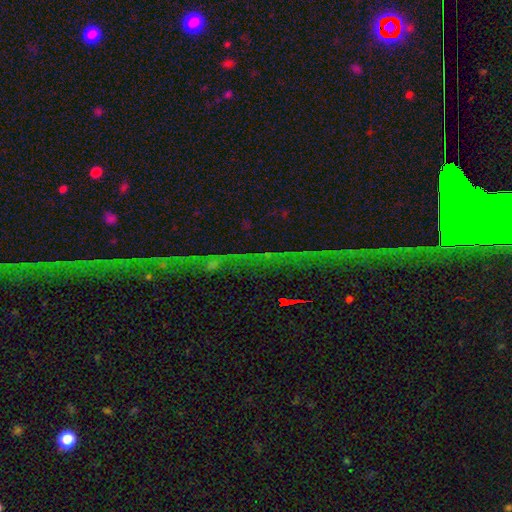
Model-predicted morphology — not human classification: star or artifact 73%, featured or disk 17%, smooth 10%.